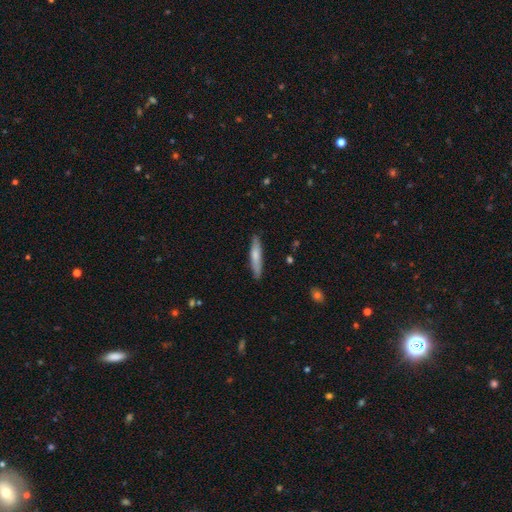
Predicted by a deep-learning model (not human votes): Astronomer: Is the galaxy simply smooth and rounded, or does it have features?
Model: smooth — 72%.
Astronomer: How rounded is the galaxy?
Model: cigar-shaped — 89%.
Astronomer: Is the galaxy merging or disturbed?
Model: none — 87%.